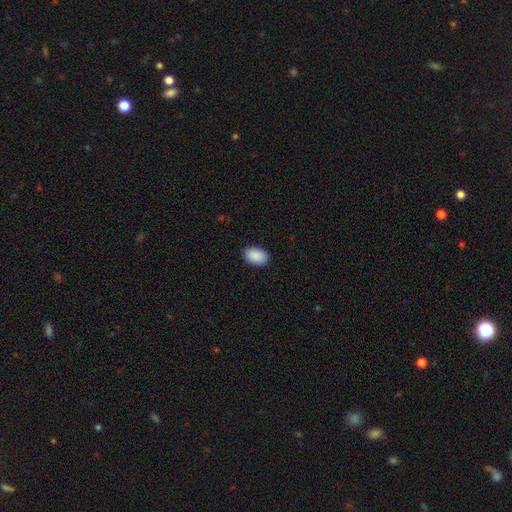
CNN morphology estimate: smooth 91%, star or artifact 6%, featured or disk 3%. Down the decision tree: how rounded — in between (89%); merging — none (89%).